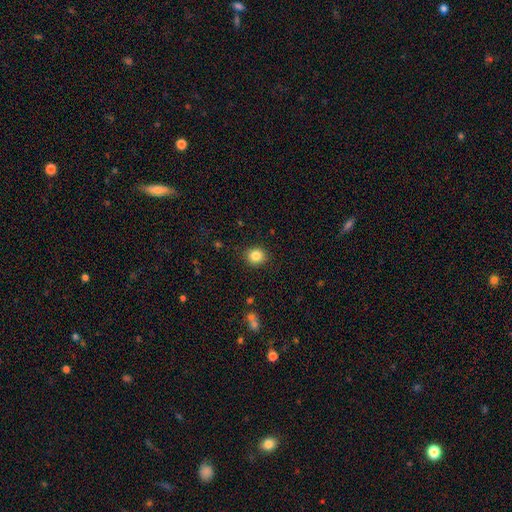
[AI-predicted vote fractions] Q: Smooth or featured?
A: smooth (84%); runner-up: star or artifact (11%)
Q: How rounded?
A: round (83%); runner-up: in between (16%)
Q: Merging?
A: none (89%); runner-up: minor disturbance (7%)